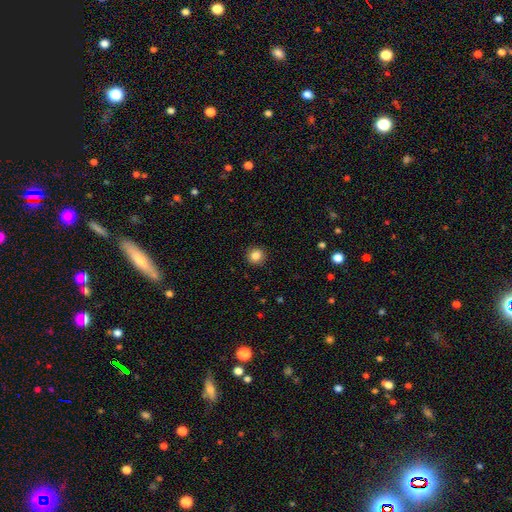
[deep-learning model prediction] smooth_or_featured: smooth (p=0.85) [alt: star or artifact p=0.10]
how_rounded: round (p=0.90) [alt: in between p=0.09]
merging: none (p=0.92) [alt: minor disturbance p=0.06]